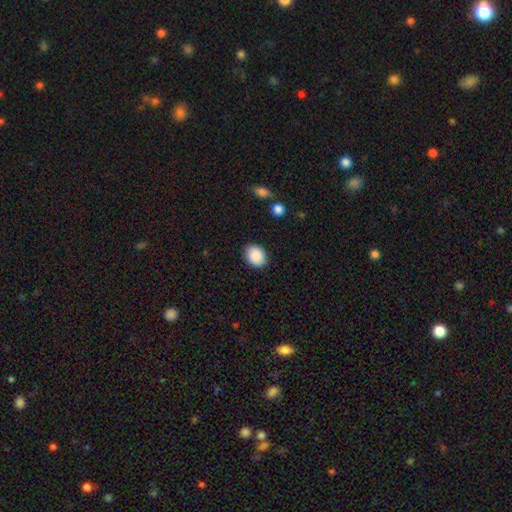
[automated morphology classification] type=smooth (89%); roundness=in between (50%); merging=none (85%).